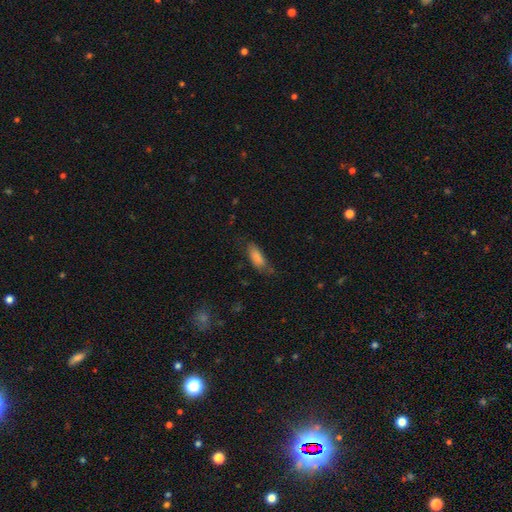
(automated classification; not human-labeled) This appears to be a smooth galaxy with no disk features (79%) that is in between round and cigar-shaped (71%). Merging: none (60%).